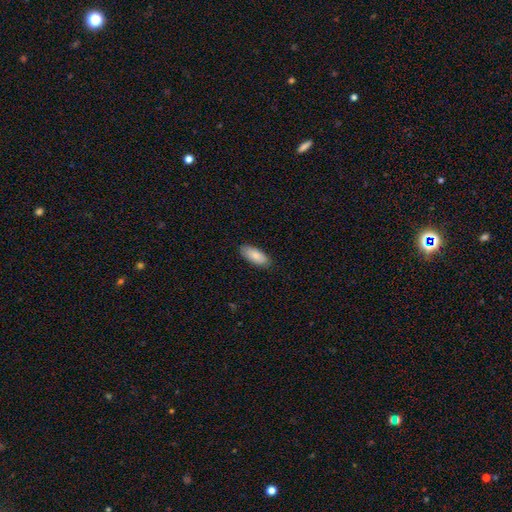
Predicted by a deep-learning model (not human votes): Smooth or featured?
  - smooth: 86% *
  - featured or disk: 8%
  - star or artifact: 6%
How rounded?
  - in between: 84% *
  - cigar-shaped: 14%
  - round: 2%
Merging?
  - none: 87% *
  - minor disturbance: 10%
  - major disturbance: 2%
  - merger: 1%